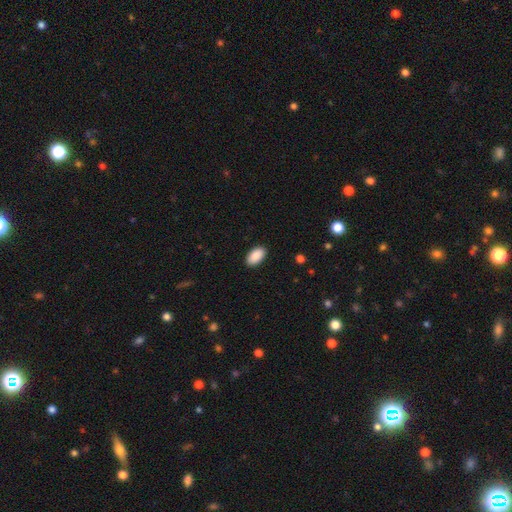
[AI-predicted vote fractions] A smooth galaxy with no disk features (90%) that is in between round and cigar-shaped (95%).

Vote fractions:
- Smooth or featured? smooth: 90% / star or artifact: 7% / featured or disk: 4%
- How rounded? in between: 95% / round: 3% / cigar-shaped: 2%
- Merging? none: 90% / minor disturbance: 7% / major disturbance: 2% / merger: 1%